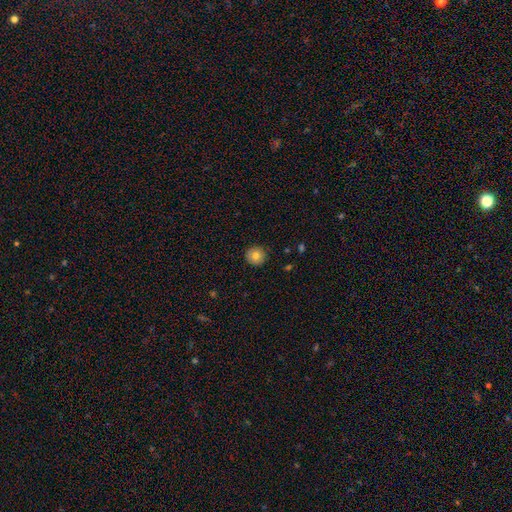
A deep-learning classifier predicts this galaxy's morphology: Smooth or featured? Predicted: smooth (p=0.80). How rounded? Predicted: round (p=0.95). Merging? Predicted: none (p=0.91).